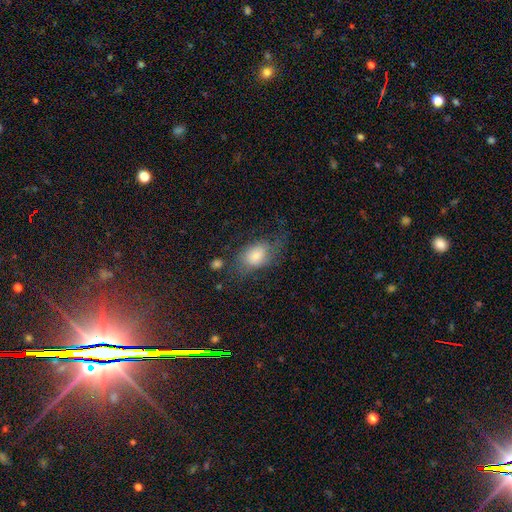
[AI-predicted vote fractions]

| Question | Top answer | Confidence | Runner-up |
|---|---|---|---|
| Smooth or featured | smooth | 63% | featured or disk (25%) |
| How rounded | in between | 77% | round (21%) |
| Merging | none | 47% | minor disturbance (25%) |